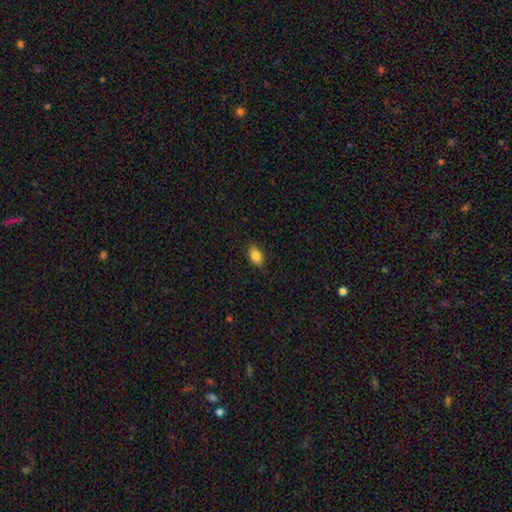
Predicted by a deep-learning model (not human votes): Overall: smooth (83%). How rounded: in between (84%). Merging: none (82%).